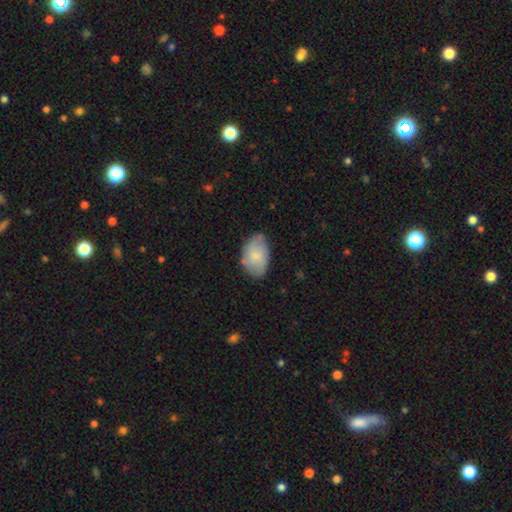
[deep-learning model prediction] This appears to be a smooth galaxy with no disk features (68%) that is in between round and cigar-shaped (90%). Merging: none (64%).